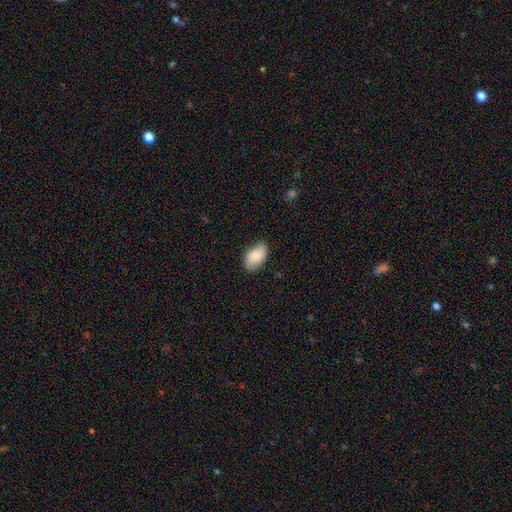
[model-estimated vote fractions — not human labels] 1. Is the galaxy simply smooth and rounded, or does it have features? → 82% smooth, 12% featured or disk, 6% star or artifact.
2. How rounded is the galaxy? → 93% in between, 6% round, 1% cigar-shaped.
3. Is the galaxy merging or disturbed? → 80% none, 16% minor disturbance, 3% major disturbance, 1% merger.